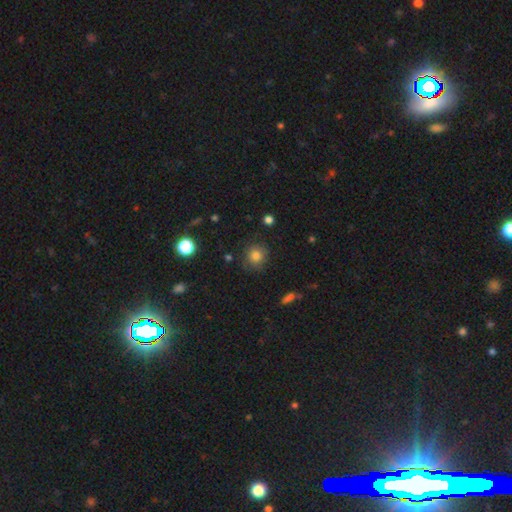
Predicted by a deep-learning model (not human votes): Smooth or featured: smooth — 80% (star or artifact — 13%)
How rounded: round — 90% (in between — 9%)
Merging: none — 84% (minor disturbance — 11%)